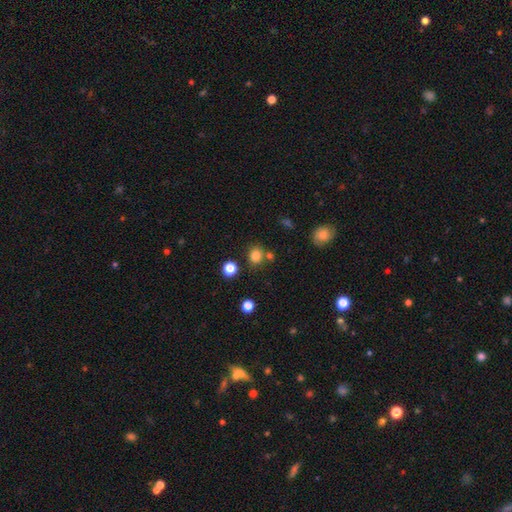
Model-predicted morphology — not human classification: Smooth or featured? Predicted: smooth (p=0.80). How rounded? Predicted: round (p=0.78). Merging? Predicted: none (p=0.74).